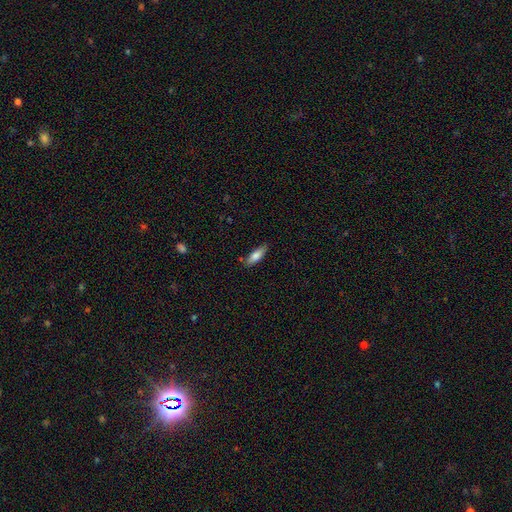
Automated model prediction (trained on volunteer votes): Smooth or featured? Predicted: smooth (p=0.77). How rounded? Predicted: in between (p=0.52). Merging? Predicted: none (p=0.80).